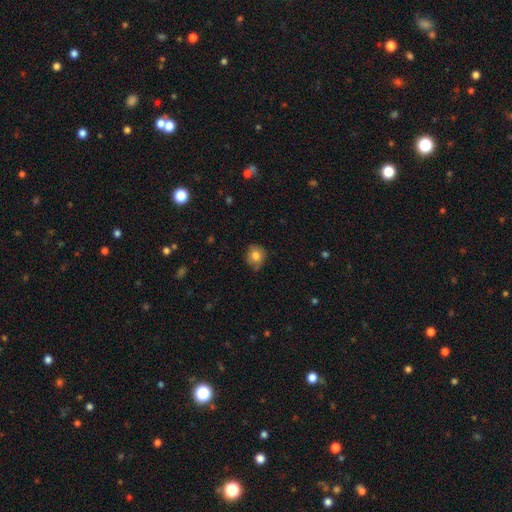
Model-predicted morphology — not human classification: type=smooth (79%); roundness=round (77%); merging=none (69%).